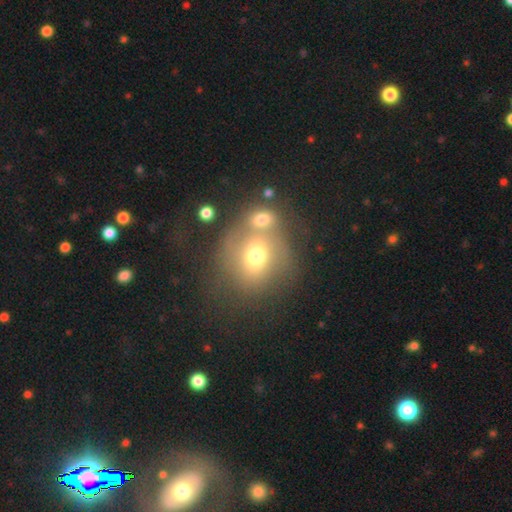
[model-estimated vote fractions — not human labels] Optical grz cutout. It shows a smooth galaxy with no disk features (63%) that is round (72%). Merging: merger (45%).